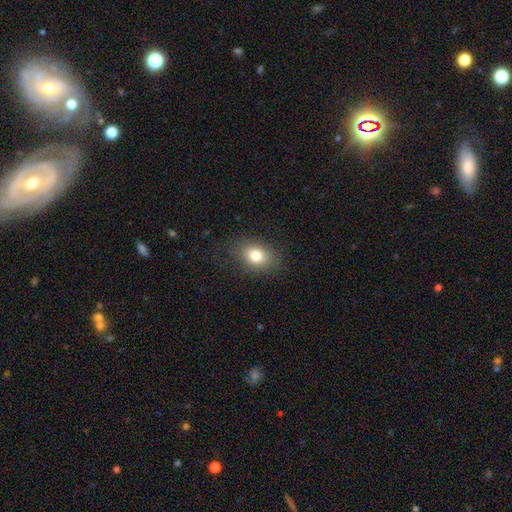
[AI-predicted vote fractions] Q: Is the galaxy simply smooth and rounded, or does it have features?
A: smooth — 79%.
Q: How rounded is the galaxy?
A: in between — 62%.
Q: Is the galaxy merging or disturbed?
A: none — 83%.